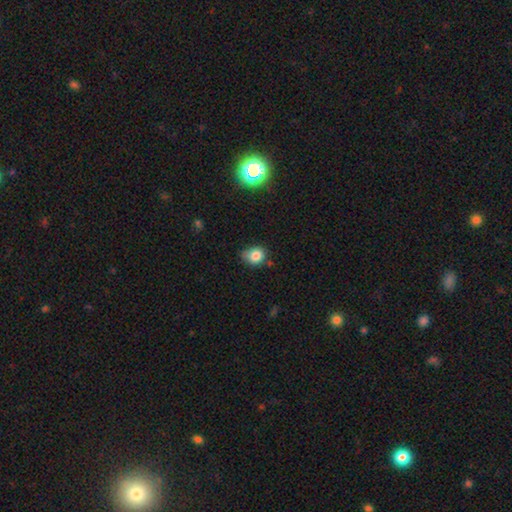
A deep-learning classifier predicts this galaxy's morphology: Q: Smooth or featured?
A: smooth (81%); runner-up: star or artifact (11%)
Q: How rounded?
A: round (57%); runner-up: in between (42%)
Q: Merging?
A: none (58%); runner-up: minor disturbance (31%)